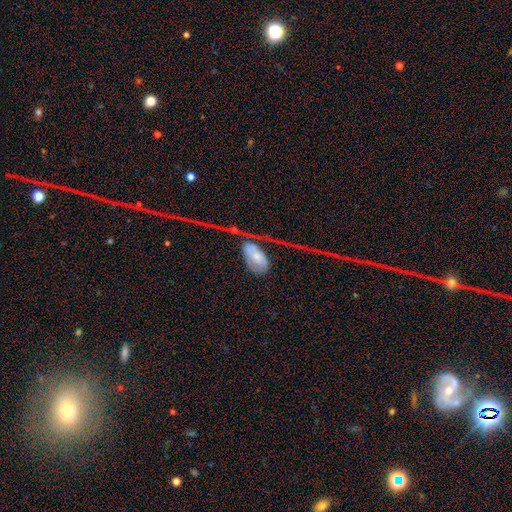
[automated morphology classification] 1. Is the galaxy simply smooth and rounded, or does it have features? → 48% smooth, 41% featured or disk, 11% star or artifact.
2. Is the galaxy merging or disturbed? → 38% major disturbance, 29% none, 22% minor disturbance, 12% merger.